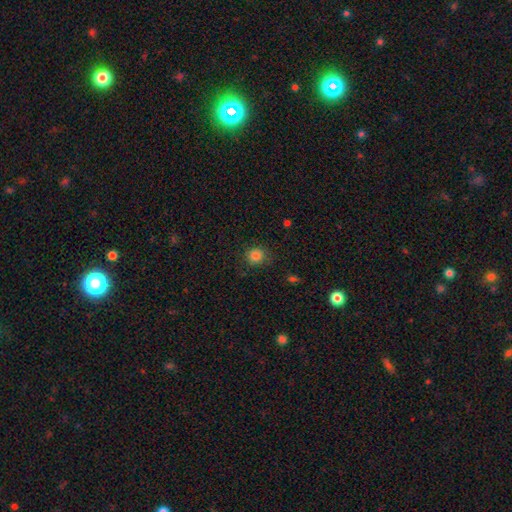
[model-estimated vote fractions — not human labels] Morphology: type=smooth (84%); roundness=round (90%); merging=none (85%).